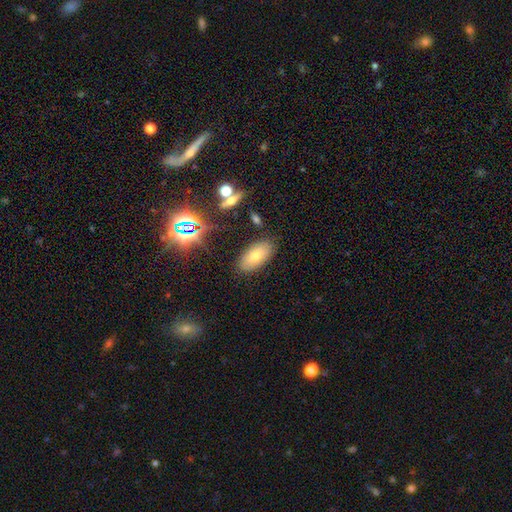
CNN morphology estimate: type=smooth (73%); roundness=in between (92%); merging=none (84%).